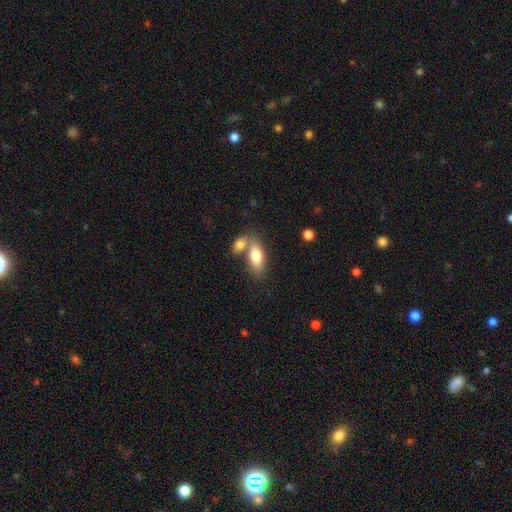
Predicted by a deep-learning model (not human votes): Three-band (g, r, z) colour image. It shows a smooth galaxy with no disk features (78%) that is in between round and cigar-shaped (85%). Merging: merger (48%).